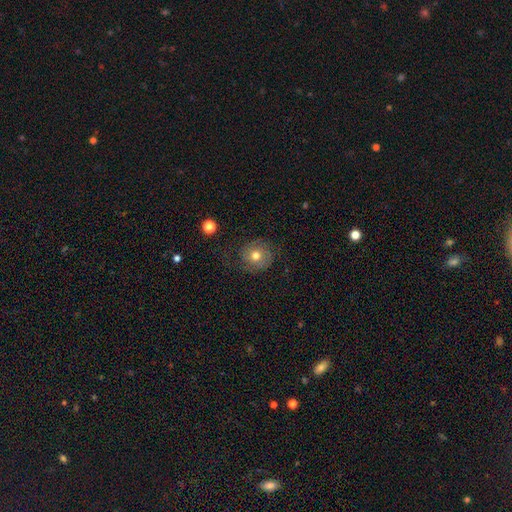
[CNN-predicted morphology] This is possibly a smooth galaxy (60%). How rounded: clearly round (82%). Merging: likely none (67%).